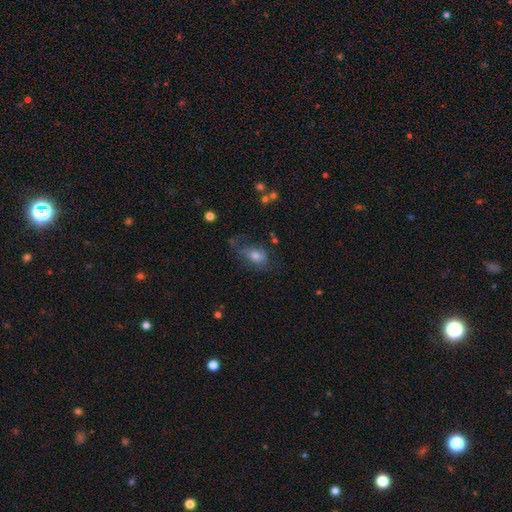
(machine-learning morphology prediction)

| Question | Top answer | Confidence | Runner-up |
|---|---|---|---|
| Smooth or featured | smooth | 51% | featured or disk (29%) |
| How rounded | in between | 76% | round (19%) |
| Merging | none | 52% | minor disturbance (25%) |